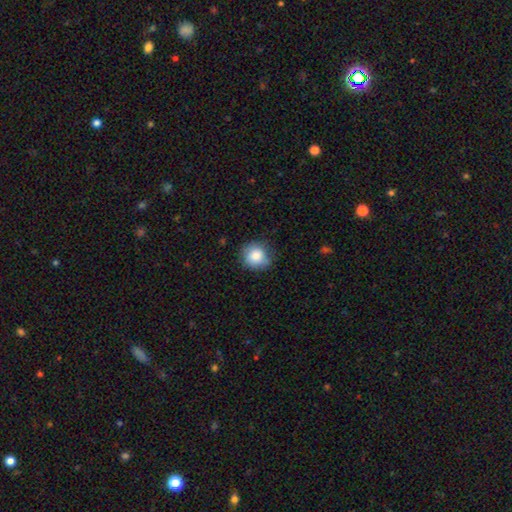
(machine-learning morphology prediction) Smooth or featured? Predicted: smooth (p=0.83). How rounded? Predicted: round (p=0.88). Merging? Predicted: none (p=0.78).